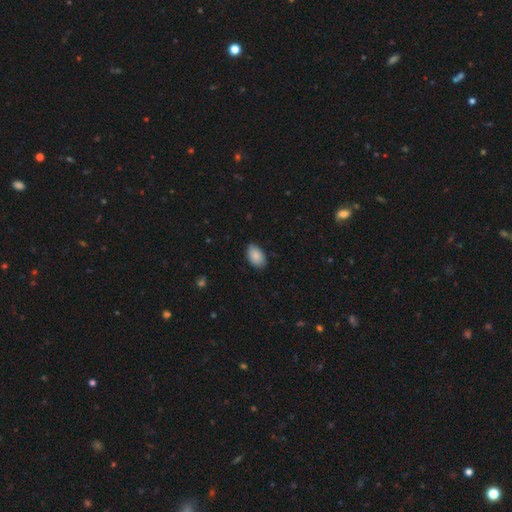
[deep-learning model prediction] Smooth or featured? Predicted: smooth (p=0.89). How rounded? Predicted: in between (p=0.93). Merging? Predicted: none (p=0.84).